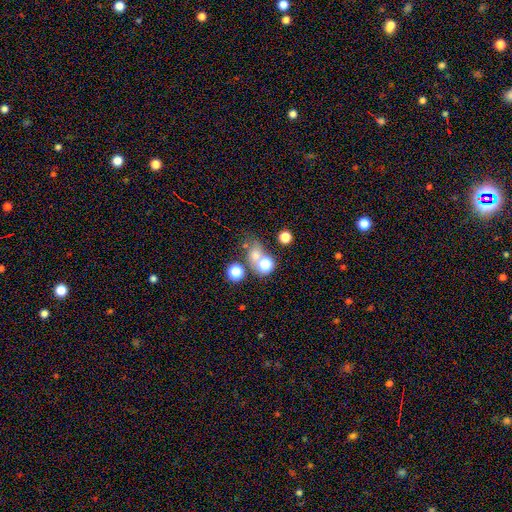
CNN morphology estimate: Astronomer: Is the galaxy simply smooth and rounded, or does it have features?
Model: smooth — 59%.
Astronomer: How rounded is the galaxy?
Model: round — 69%.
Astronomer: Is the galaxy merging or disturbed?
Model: none — 49% (runner-up: merger, 33%).